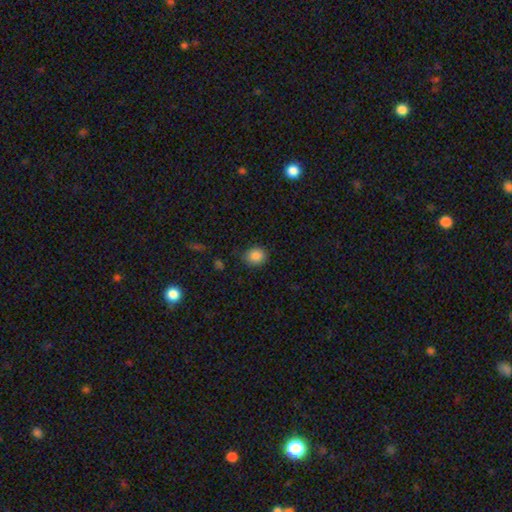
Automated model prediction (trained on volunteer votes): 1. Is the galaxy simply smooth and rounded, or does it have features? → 87% smooth, 10% star or artifact, 4% featured or disk.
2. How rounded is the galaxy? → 68% round, 31% in between, 1% cigar-shaped.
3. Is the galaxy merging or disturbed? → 84% none, 12% minor disturbance, 3% major disturbance, 1% merger.